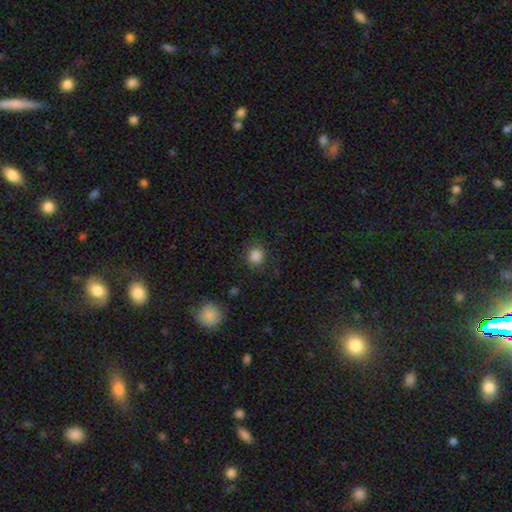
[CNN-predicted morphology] A smooth galaxy with no disk features (85%) that is round (83%). Merging: none (82%).